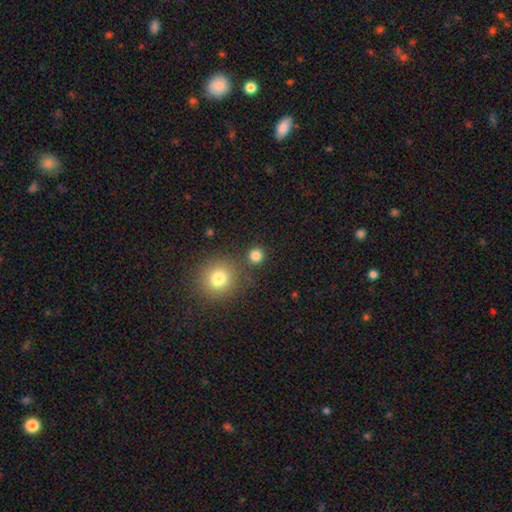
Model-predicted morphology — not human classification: Smooth or featured?
  - smooth: 82% *
  - star or artifact: 13%
  - featured or disk: 4%
How rounded?
  - round: 93% *
  - in between: 6%
  - cigar-shaped: 1%
Merging?
  - none: 83% *
  - merger: 8%
  - minor disturbance: 6%
  - major disturbance: 3%